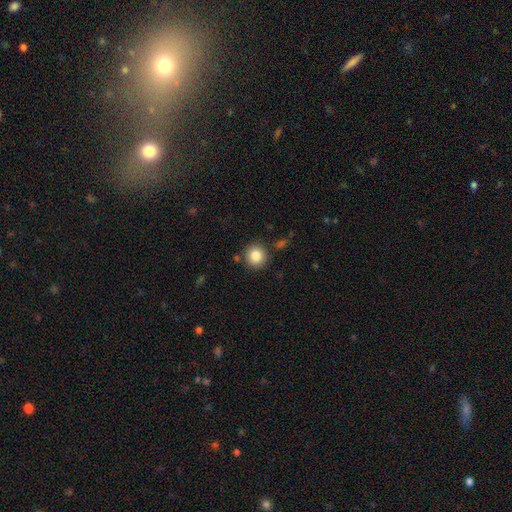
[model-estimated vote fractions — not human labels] Smooth or featured? smooth (85%)
How rounded? round (91%)
Merging? none (86%)